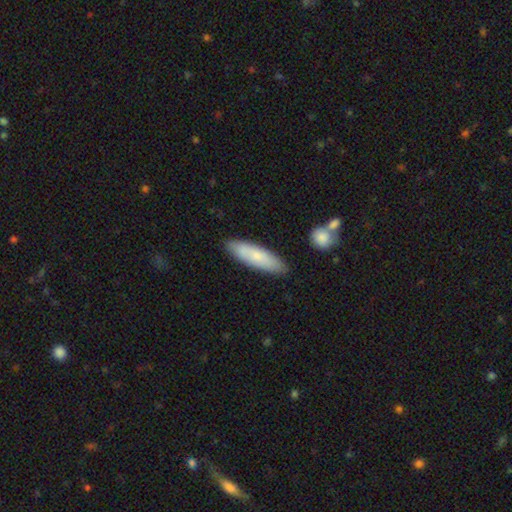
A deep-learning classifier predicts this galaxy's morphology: A smooth galaxy with no disk features (76%) that is cigar-shaped (60%). Merging: none (85%).